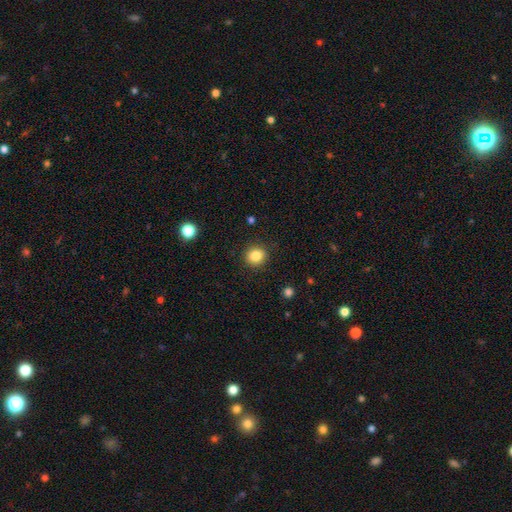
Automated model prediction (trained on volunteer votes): Smooth or featured?
  - smooth: 85% *
  - star or artifact: 10%
  - featured or disk: 5%
How rounded?
  - round: 85% *
  - in between: 14%
  - cigar-shaped: 1%
Merging?
  - none: 90% *
  - minor disturbance: 7%
  - major disturbance: 2%
  - merger: 1%